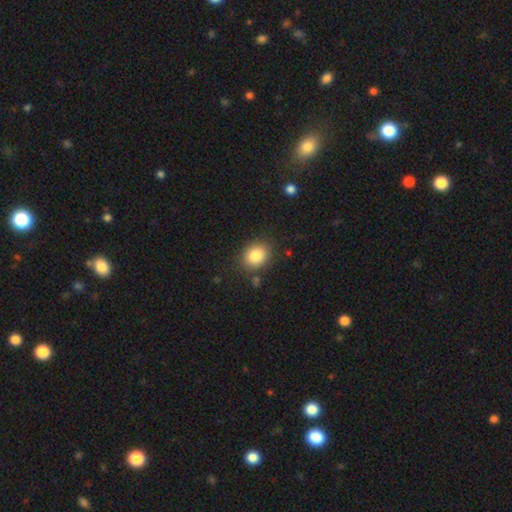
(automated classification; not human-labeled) Smooth or featured? Predicted: smooth (p=0.84). How rounded? Predicted: round (p=0.62). Merging? Predicted: none (p=0.84).